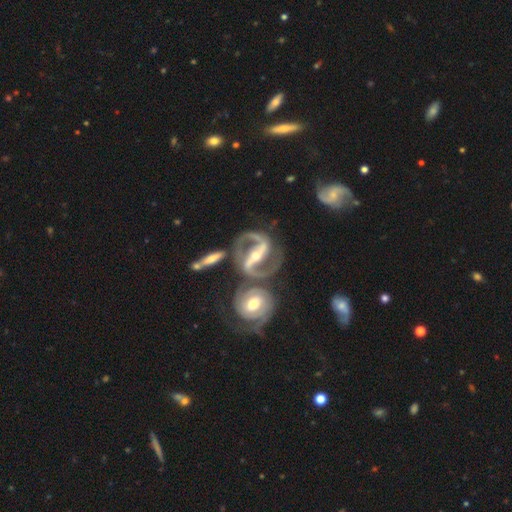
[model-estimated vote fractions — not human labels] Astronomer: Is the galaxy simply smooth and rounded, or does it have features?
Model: featured or disk — 92%.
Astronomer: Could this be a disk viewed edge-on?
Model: no — 96%.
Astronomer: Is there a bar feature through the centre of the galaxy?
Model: strong — 80%.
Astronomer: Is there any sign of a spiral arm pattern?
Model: yes — 97%.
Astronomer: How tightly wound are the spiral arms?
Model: medium — 59%.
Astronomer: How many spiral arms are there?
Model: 2 — 93%.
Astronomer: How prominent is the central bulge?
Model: moderate — 50% (runner-up: small, 45%).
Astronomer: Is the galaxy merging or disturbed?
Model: none — 58%.